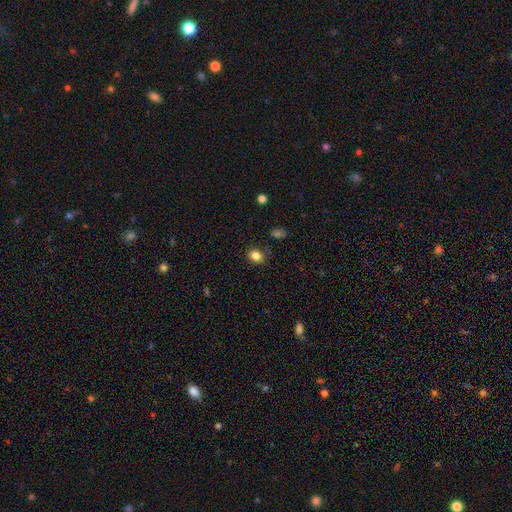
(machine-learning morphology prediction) The model was most divided on "how rounded": in between: 59%, round: 40%, cigar-shaped: 1%. More confident: merging — none (85%); smooth or featured — smooth (84%).